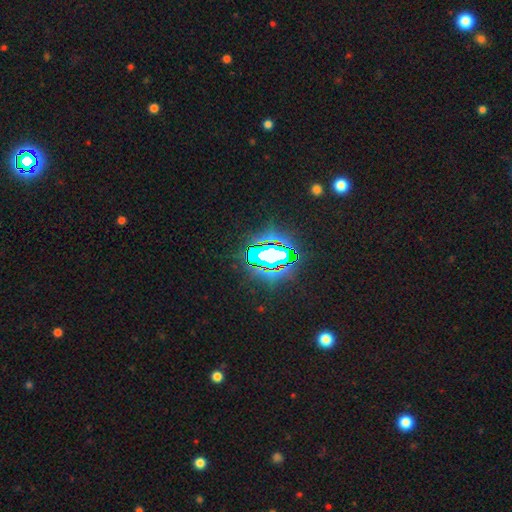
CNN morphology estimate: Smooth or featured? star or artifact (71%)